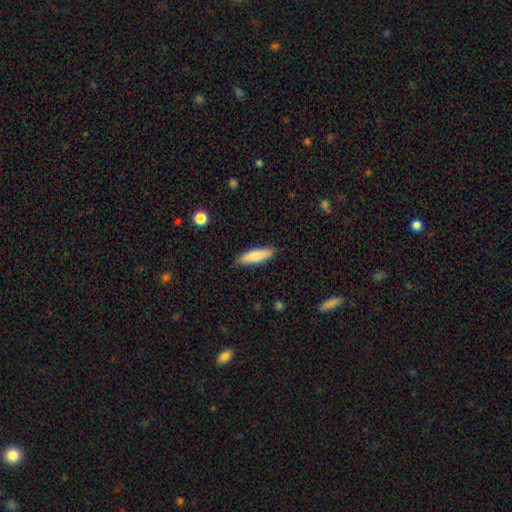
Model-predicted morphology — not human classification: A smooth galaxy with no disk features (81%) that is cigar-shaped (55%). Merging: none (86%).